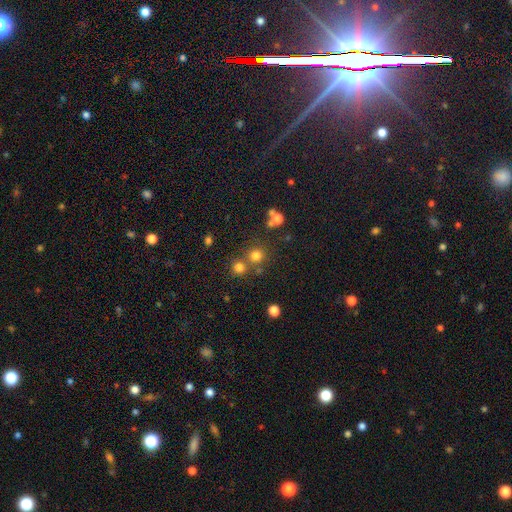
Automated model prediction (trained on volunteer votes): smooth_or_featured: smooth (p=0.73) [alt: star or artifact p=0.20]
how_rounded: round (p=0.91) [alt: in between p=0.08]
merging: none (p=0.68) [alt: merger p=0.21]